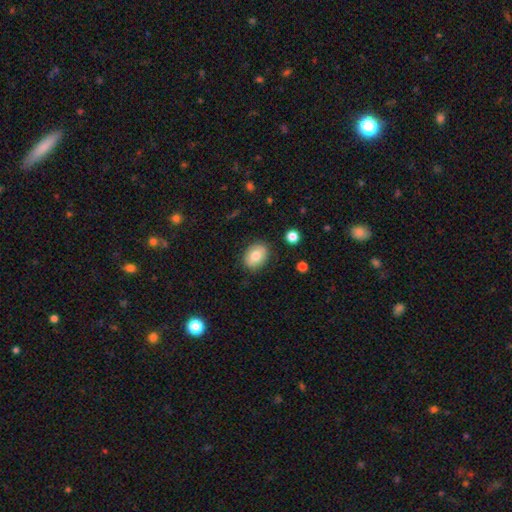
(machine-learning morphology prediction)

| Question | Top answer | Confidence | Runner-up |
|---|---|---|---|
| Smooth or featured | smooth | 79% | featured or disk (14%) |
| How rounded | in between | 71% | round (27%) |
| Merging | none | 85% | minor disturbance (11%) |